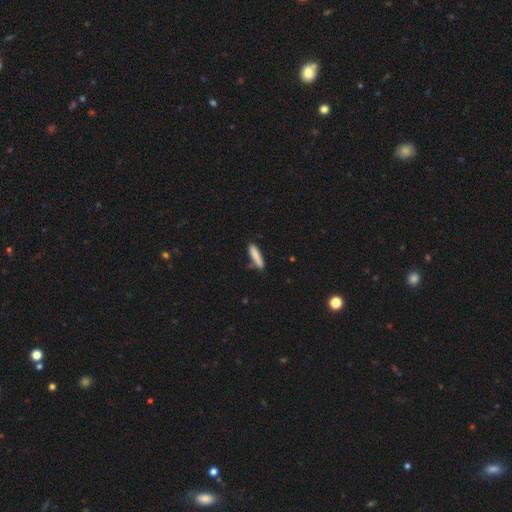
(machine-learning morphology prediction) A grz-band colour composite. It shows a smooth galaxy with no disk features (84%) that is cigar-shaped (85%). Merging: none (80%).